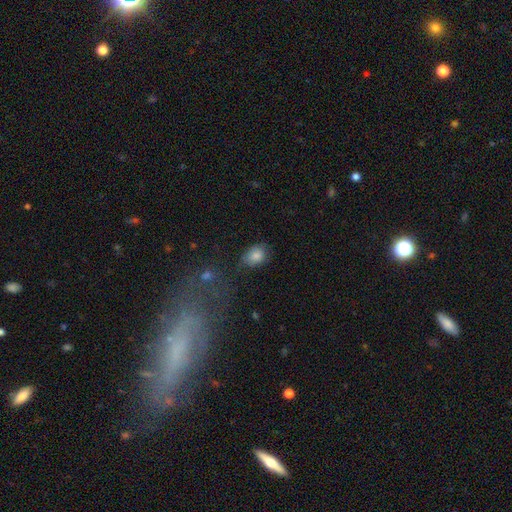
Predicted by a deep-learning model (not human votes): Smooth or featured? smooth (82%)
How rounded? in between (70%)
Merging? none (61%)